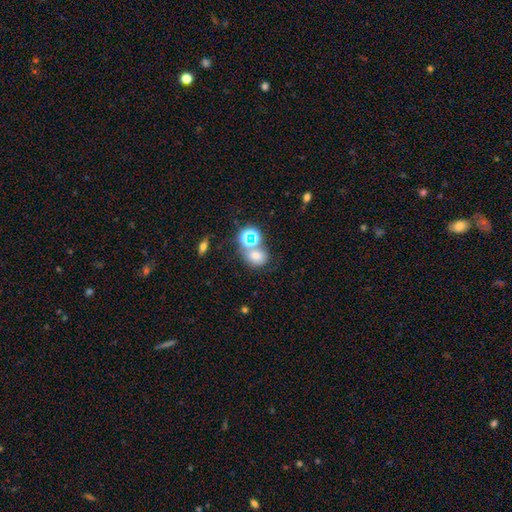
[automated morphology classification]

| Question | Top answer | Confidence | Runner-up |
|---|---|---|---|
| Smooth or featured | smooth | 63% | star or artifact (24%) |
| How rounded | round | 60% | in between (39%) |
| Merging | none | 49% | merger (33%) |